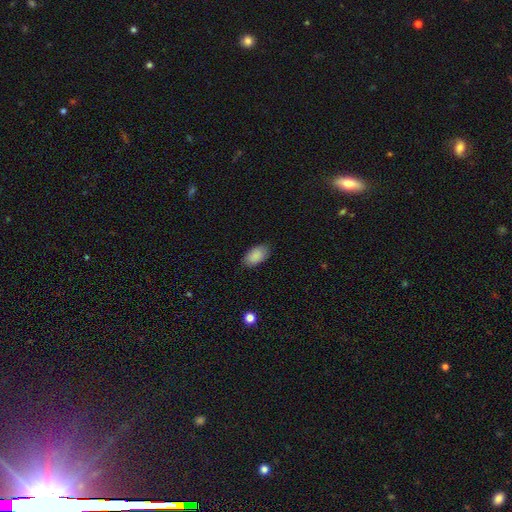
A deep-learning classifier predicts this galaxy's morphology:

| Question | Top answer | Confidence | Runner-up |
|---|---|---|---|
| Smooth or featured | smooth | 88% | star or artifact (7%) |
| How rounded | in between | 94% | round (4%) |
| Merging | none | 84% | minor disturbance (12%) |